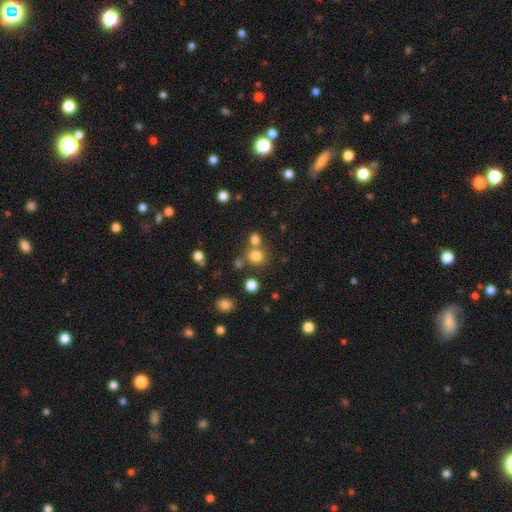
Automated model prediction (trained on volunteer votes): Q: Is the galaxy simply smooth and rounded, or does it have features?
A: smooth — 77%.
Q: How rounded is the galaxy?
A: round — 87%.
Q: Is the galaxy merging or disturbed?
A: none — 64%.